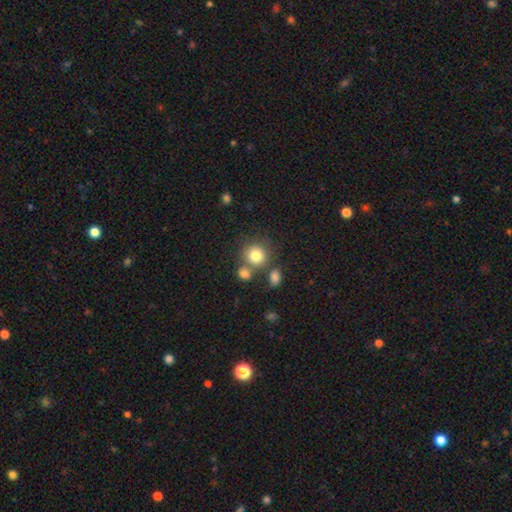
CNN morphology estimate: A smooth galaxy with no disk features (80%) that is round (87%).

Vote fractions:
- Smooth or featured? smooth: 80% / star or artifact: 11% / featured or disk: 9%
- How rounded? round: 87% / in between: 12% / cigar-shaped: 1%
- Merging? none: 64% / merger: 22% / minor disturbance: 10% / major disturbance: 4%